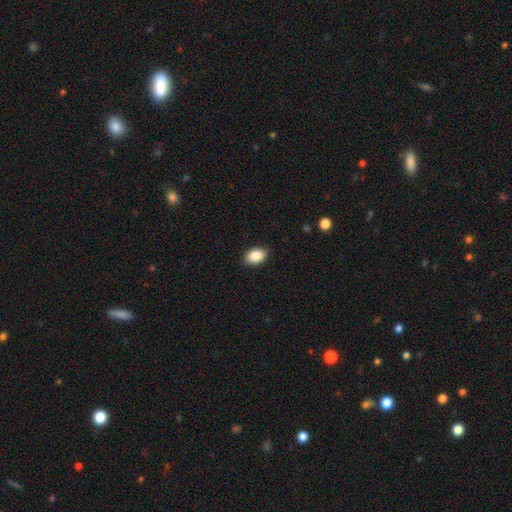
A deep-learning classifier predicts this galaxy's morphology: Q: Smooth or featured?
A: smooth (87%); runner-up: star or artifact (7%)
Q: How rounded?
A: in between (87%); runner-up: round (12%)
Q: Merging?
A: none (88%); runner-up: minor disturbance (9%)